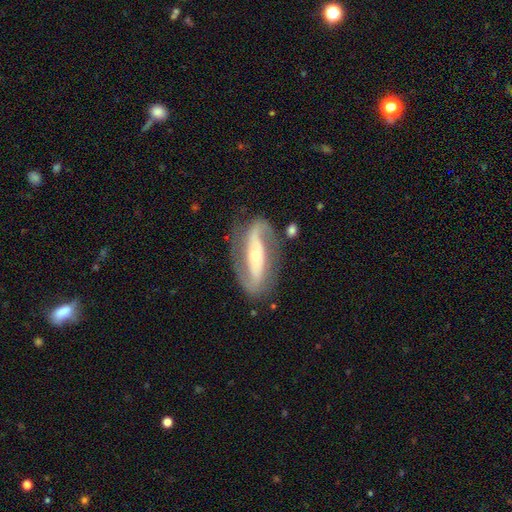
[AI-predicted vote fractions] The model was most divided on "spiral winding": medium: 42%, loose: 33%, tight: 25%. More confident: spiral arms — yes (93%); edge-on disk — no (91%); spiral arm count — 2 (89%); smooth or featured — featured or disk (86%); merging — none (76%); bulge size — small (58%); bar — strong (53%).